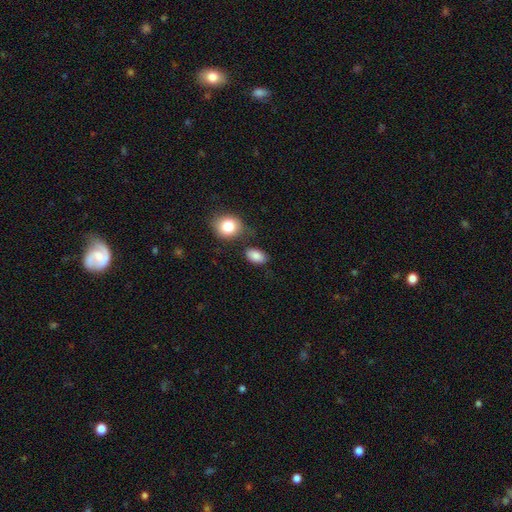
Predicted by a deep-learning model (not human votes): smooth_or_featured: smooth (p=0.86) [alt: star or artifact p=0.08]
how_rounded: in between (p=0.86) [alt: round p=0.12]
merging: none (p=0.73) [alt: minor disturbance p=0.14]